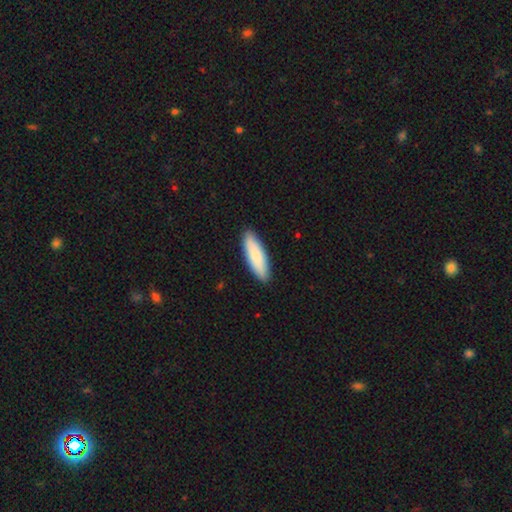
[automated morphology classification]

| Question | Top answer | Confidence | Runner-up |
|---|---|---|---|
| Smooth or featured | smooth | 85% | featured or disk (10%) |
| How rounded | cigar-shaped | 52% | in between (46%) |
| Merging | none | 90% | minor disturbance (8%) |